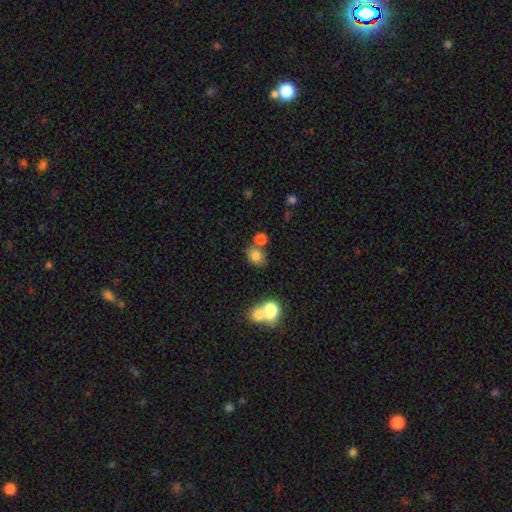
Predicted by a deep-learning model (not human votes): smooth_or_featured: smooth (p=0.78) [alt: star or artifact p=0.13]
how_rounded: round (p=0.62) [alt: in between p=0.37]
merging: none (p=0.62) [alt: merger p=0.23]